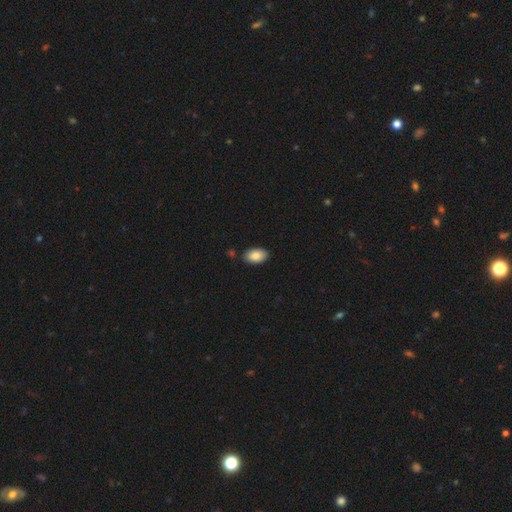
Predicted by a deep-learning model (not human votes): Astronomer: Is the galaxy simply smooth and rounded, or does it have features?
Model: smooth — 87%.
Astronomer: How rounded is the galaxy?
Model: in between — 94%.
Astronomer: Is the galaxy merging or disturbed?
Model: none — 85%.